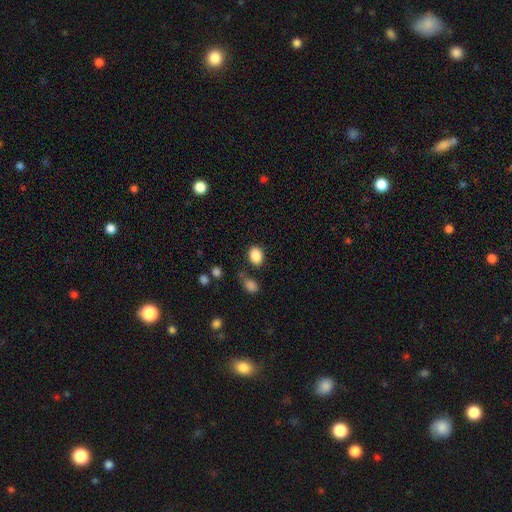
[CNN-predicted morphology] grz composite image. It shows a smooth galaxy with no disk features (87%) that is in between round and cigar-shaped (66%). Merging: none (77%).